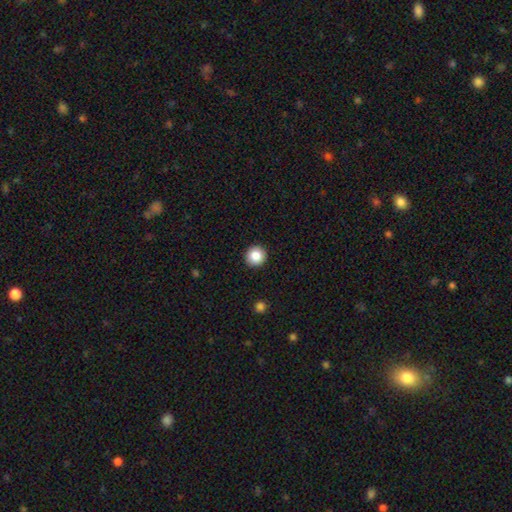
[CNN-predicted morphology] A smooth galaxy with no disk features (86%) that is round (94%). Merging: none (93%).